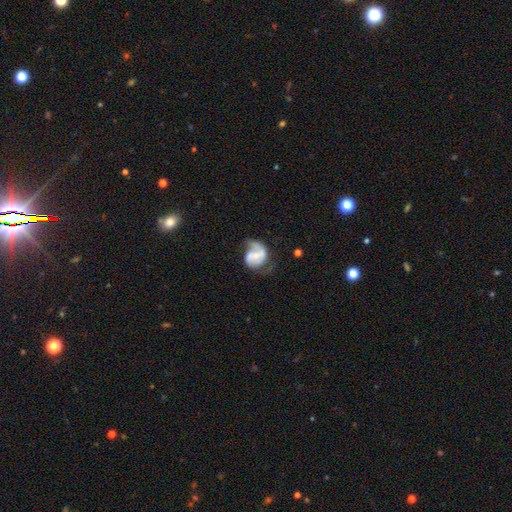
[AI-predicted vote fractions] smooth-or-featured: featured or disk: 70% | smooth: 24% | star or artifact: 6%
  disk-edge-on: no: 98% | yes: 2%
    bar: no: 53% | weak: 34% | strong: 13%
    has-spiral-arms: yes: 81% | no: 19%
      spiral-winding: medium: 43% | loose: 35% | tight: 22%
      spiral-arm-count: 2: 69% | 1: 19% | can't tell: 9% | 3: 2% | 4: 1% | more than 4: 1%
    bulge-size: small: 46% | moderate: 43% | none: 6% | large: 4% | dominant: 1%
  merging: none: 36% | minor disturbance: 25% | major disturbance: 24% | merger: 15%